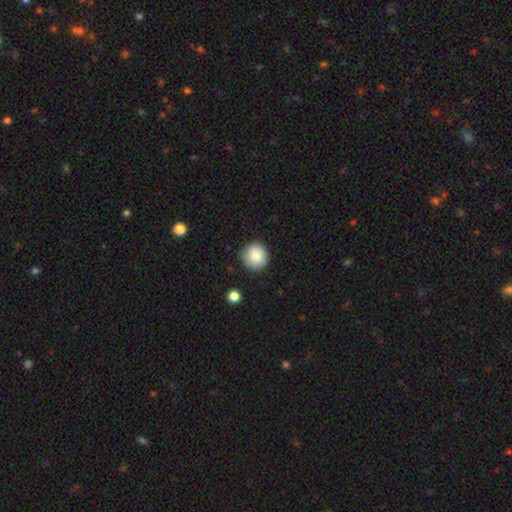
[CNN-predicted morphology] A smooth galaxy with no disk features (86%) that is round (94%).

Vote fractions:
- Smooth or featured? smooth: 86% / star or artifact: 8% / featured or disk: 6%
- How rounded? round: 94% / in between: 5% / cigar-shaped: 1%
- Merging? none: 88% / minor disturbance: 8% / major disturbance: 2% / merger: 1%